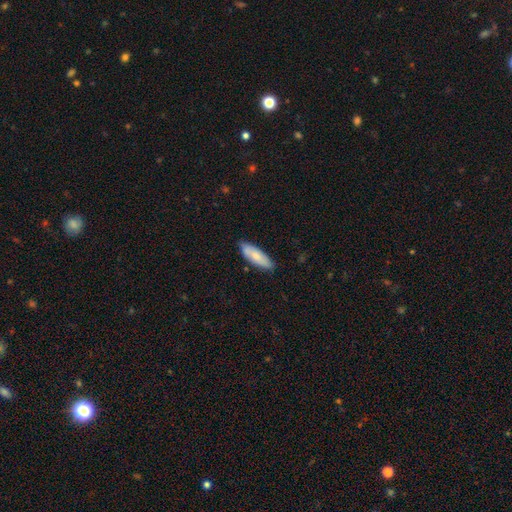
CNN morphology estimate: Smooth or featured? Predicted: smooth (p=0.73). How rounded? Predicted: in between (p=0.61). Merging? Predicted: none (p=0.81).